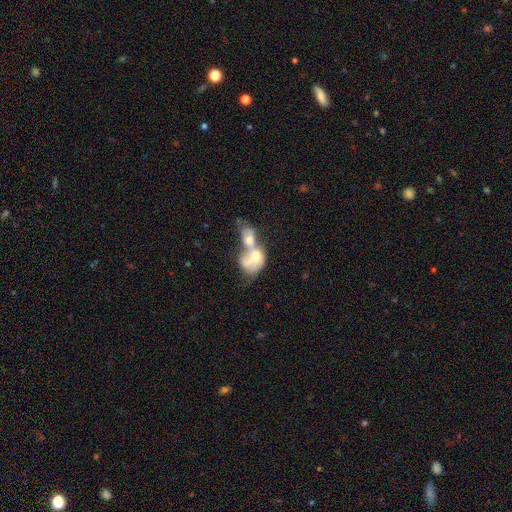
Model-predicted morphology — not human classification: smooth_or_featured: smooth (p=0.47) [alt: featured or disk p=0.44]
merging: merger (p=0.82) [alt: major disturbance p=0.07]